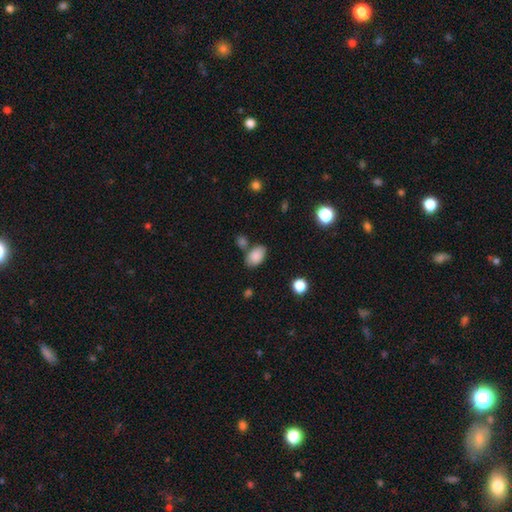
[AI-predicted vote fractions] A smooth galaxy with no disk features (86%) that is in between round and cigar-shaped (90%). Merging: none (65%).